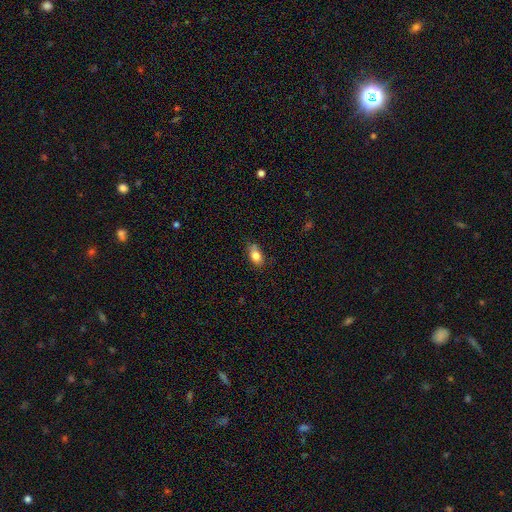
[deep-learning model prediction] Smooth or featured?
  - smooth: 83% *
  - featured or disk: 9%
  - star or artifact: 8%
How rounded?
  - in between: 87% *
  - round: 10%
  - cigar-shaped: 3%
Merging?
  - none: 70% *
  - minor disturbance: 23%
  - major disturbance: 4%
  - merger: 2%